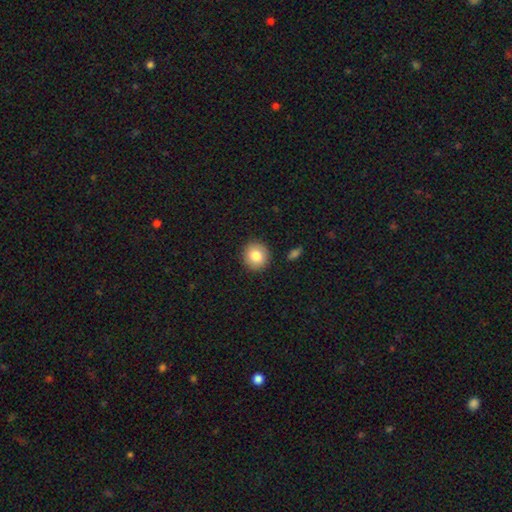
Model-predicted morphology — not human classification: smooth 82%, featured or disk 10%, star or artifact 8%. Down the decision tree: how rounded — round (90%); merging — none (91%).